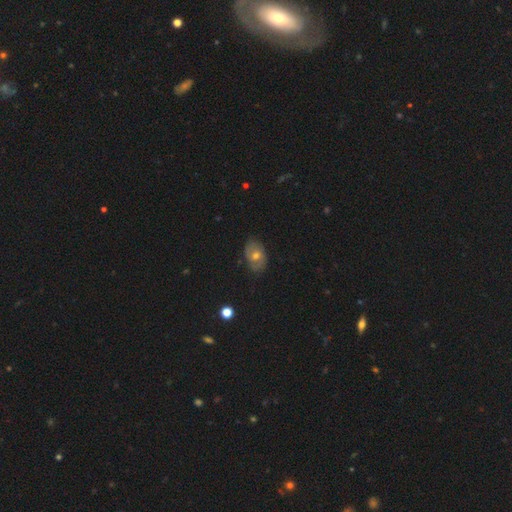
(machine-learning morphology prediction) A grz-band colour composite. It shows a featured or disk galaxy (49%). Merging: none (77%).